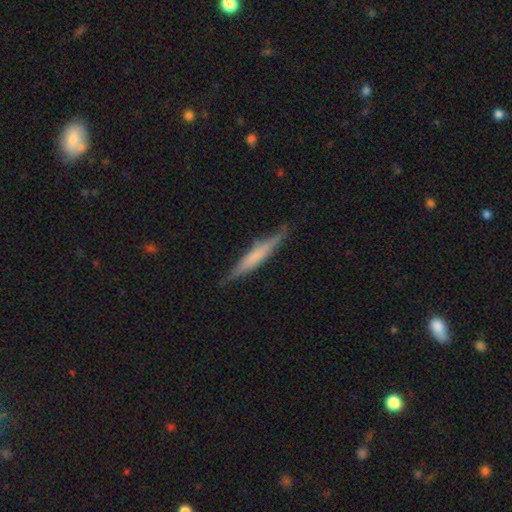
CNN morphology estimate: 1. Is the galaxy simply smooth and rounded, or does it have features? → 51% featured or disk, 43% smooth, 6% star or artifact.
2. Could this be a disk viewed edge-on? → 96% yes, 4% no.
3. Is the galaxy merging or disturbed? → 84% none, 12% minor disturbance, 3% major disturbance, 1% merger.